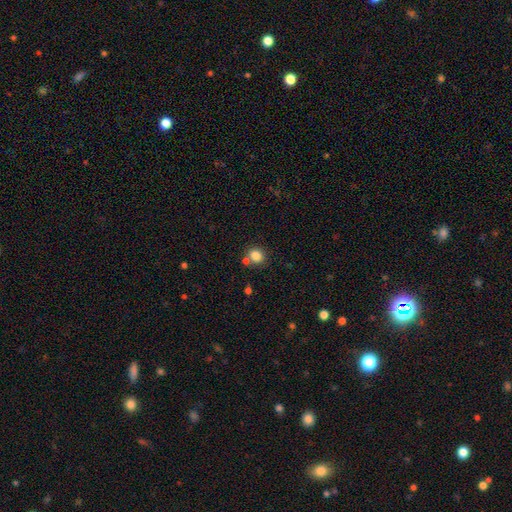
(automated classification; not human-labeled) The model was most divided on "merging": none: 68%, merger: 18%, minor disturbance: 10%, major disturbance: 3%. More confident: smooth or featured — smooth (83%); how rounded — round (79%).